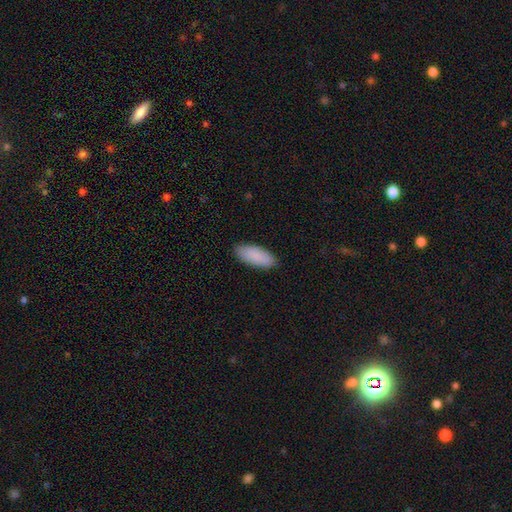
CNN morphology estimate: Smooth or featured?
  - smooth: 90% *
  - star or artifact: 6%
  - featured or disk: 5%
How rounded?
  - in between: 81% *
  - cigar-shaped: 17%
  - round: 2%
Merging?
  - none: 87% *
  - minor disturbance: 10%
  - major disturbance: 2%
  - merger: 1%